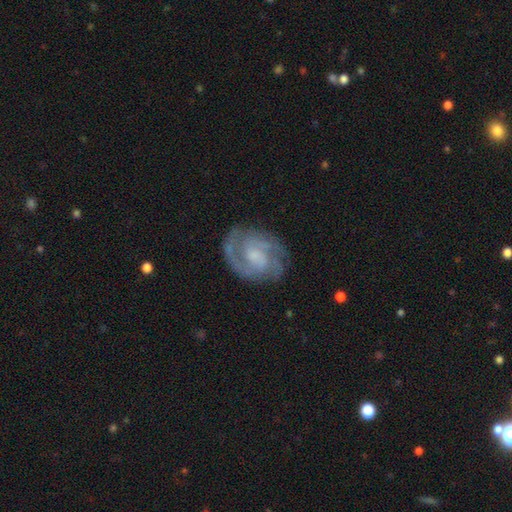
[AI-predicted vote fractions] smooth_or_featured: featured or disk (p=0.86) [alt: smooth p=0.09]
disk_edge_on: no (p=0.98) [alt: yes p=0.02]
bar: weak (p=0.46) [alt: no p=0.45]
has_spiral_arms: yes (p=0.96) [alt: no p=0.04]
spiral_winding: tight (p=0.45) [tied with: medium p=0.45]
spiral_arm_count: 2 (p=0.59) [alt: 3 p=0.17]
bulge_size: small (p=0.39) [alt: moderate p=0.31]
merging: none (p=0.76) [alt: minor disturbance p=0.16]